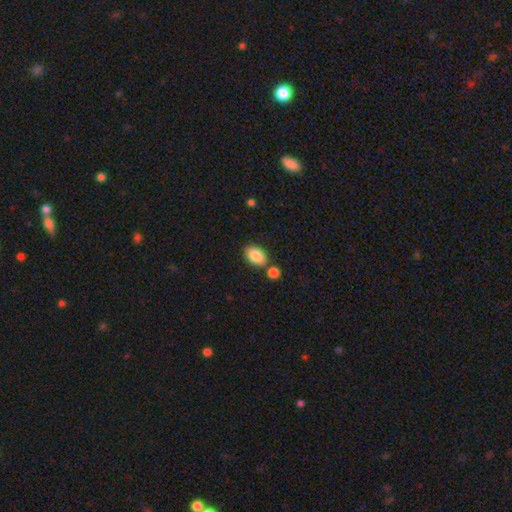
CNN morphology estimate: smooth_or_featured: smooth (p=0.86) [alt: star or artifact p=0.08]
how_rounded: in between (p=0.84) [alt: round p=0.15]
merging: none (p=0.70) [alt: merger p=0.15]